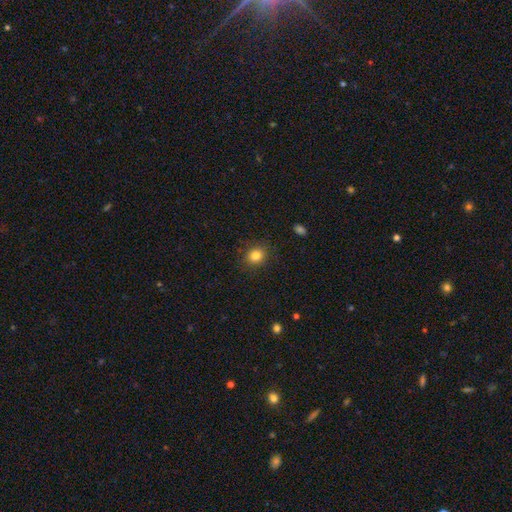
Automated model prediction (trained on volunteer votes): Smooth or featured? smooth (83%)
How rounded? round (76%)
Merging? none (88%)